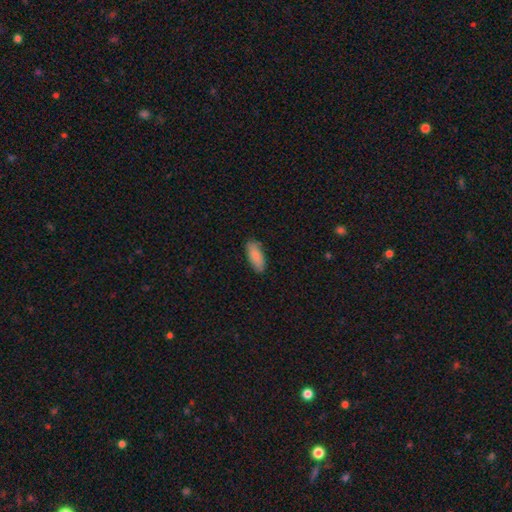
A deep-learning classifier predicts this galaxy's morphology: This appears to be a smooth galaxy with no disk features (84%) that is in between round and cigar-shaped (79%). Merging: none (84%).